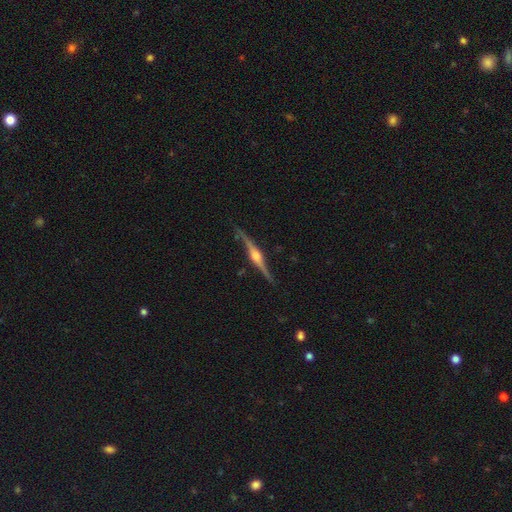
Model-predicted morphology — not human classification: Overall: featured or disk (88%). Edge-on disk: yes (97%). Edge-on bulge: rounded (91%). Merging: none (83%).